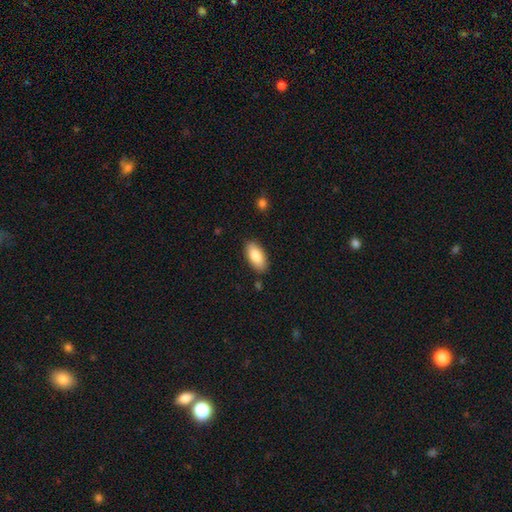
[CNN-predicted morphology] smooth-or-featured: smooth: 85% | featured or disk: 8% | star or artifact: 6%
  how-rounded: in between: 92% | cigar-shaped: 6% | round: 2%
  merging: none: 86% | minor disturbance: 10% | major disturbance: 2% | merger: 2%